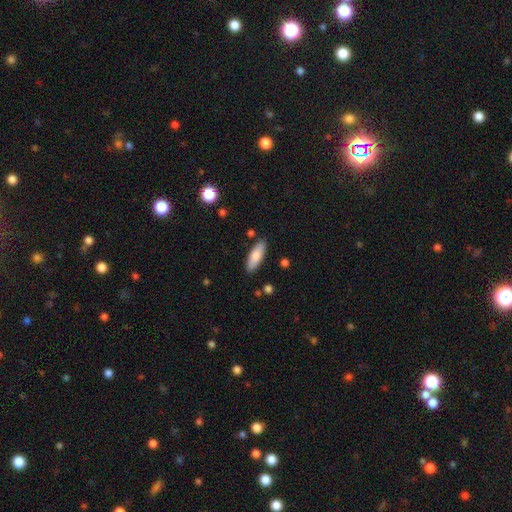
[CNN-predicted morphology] Smooth or featured?
  - smooth: 80% *
  - featured or disk: 14%
  - star or artifact: 6%
How rounded?
  - in between: 64% *
  - cigar-shaped: 35%
  - round: 2%
Merging?
  - none: 85% *
  - minor disturbance: 10%
  - merger: 2%
  - major disturbance: 2%